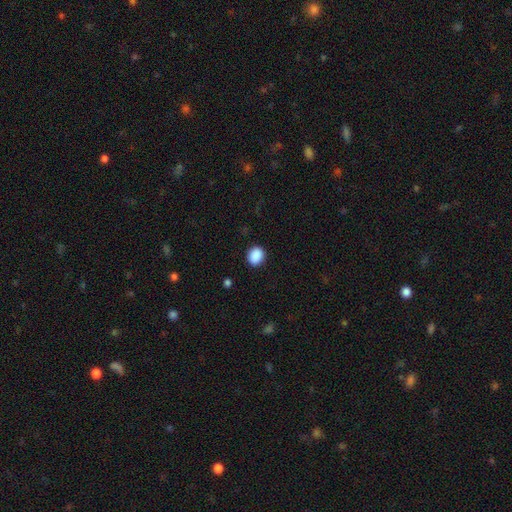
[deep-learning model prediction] smooth 90%, star or artifact 8%, featured or disk 2%. Down the decision tree: how rounded — round (57%); merging — none (89%).